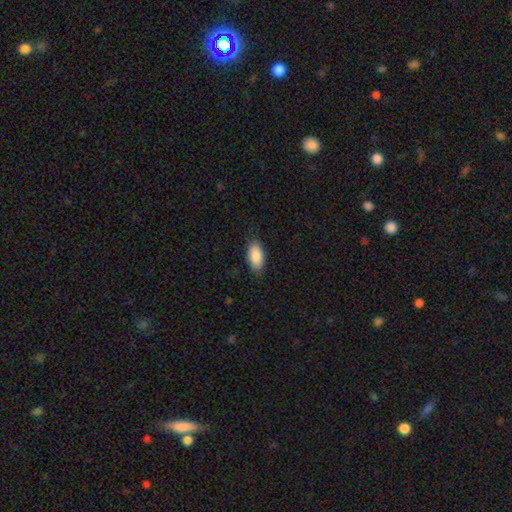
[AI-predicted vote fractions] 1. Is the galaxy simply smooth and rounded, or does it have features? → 88% smooth, 6% star or artifact, 6% featured or disk.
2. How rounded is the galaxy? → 91% in between, 6% cigar-shaped, 2% round.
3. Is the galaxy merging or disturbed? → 84% none, 12% minor disturbance, 2% major disturbance, 1% merger.